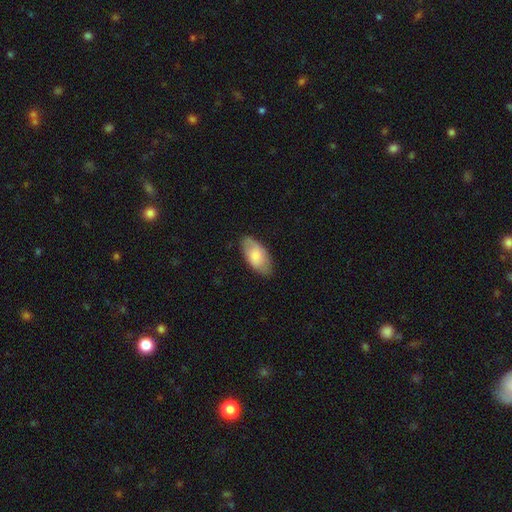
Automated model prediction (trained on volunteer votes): Morphology: type=smooth (78%); roundness=in between (94%); merging=none (79%).